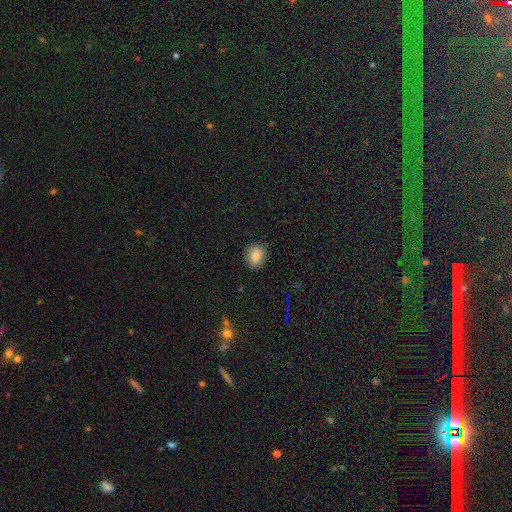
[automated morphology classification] Q: Smooth or featured?
A: smooth (84%); runner-up: star or artifact (10%)
Q: How rounded?
A: round (58%); runner-up: in between (41%)
Q: Merging?
A: none (88%); runner-up: minor disturbance (9%)